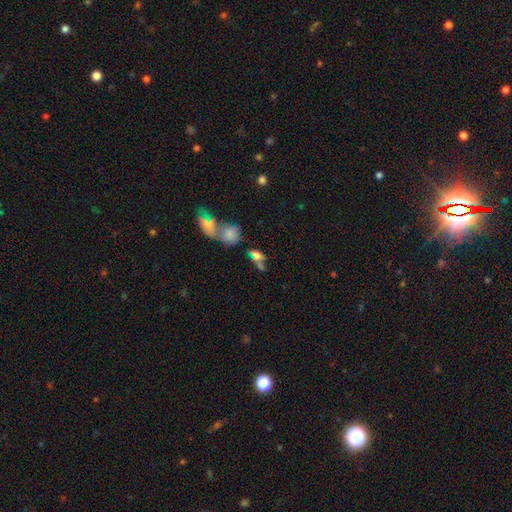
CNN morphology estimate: smooth 64%, featured or disk 21%, star or artifact 15%. Down the decision tree: how rounded — in between (71%); merging — merger (42%).